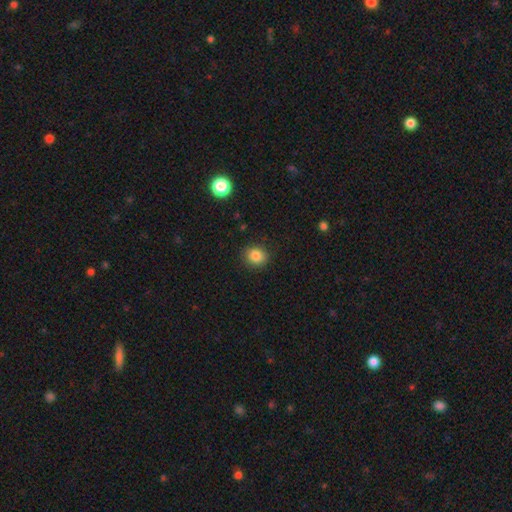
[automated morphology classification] smooth_or_featured: smooth (p=0.84) [alt: star or artifact p=0.11]
how_rounded: round (p=0.78) [alt: in between p=0.22]
merging: none (p=0.89) [alt: minor disturbance p=0.08]